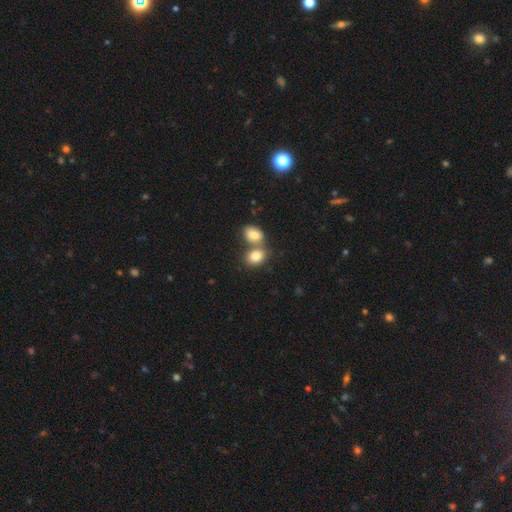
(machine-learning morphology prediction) A smooth galaxy with no disk features (81%) that is in between round and cigar-shaped (71%).

Vote fractions:
- Smooth or featured? smooth: 81% / featured or disk: 10% / star or artifact: 9%
- How rounded? in between: 71% / round: 28% / cigar-shaped: 1%
- Merging? merger: 53% / none: 37% / minor disturbance: 8% / major disturbance: 3%